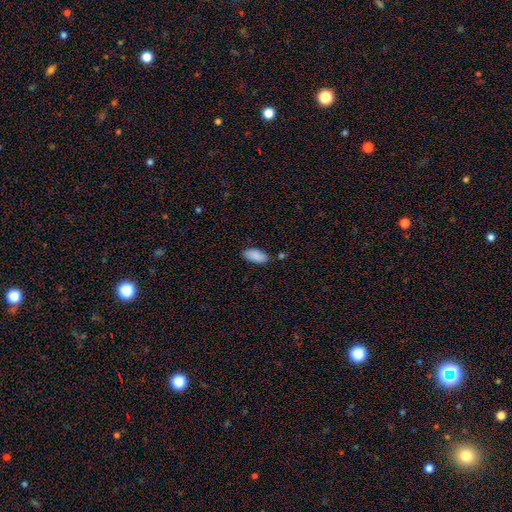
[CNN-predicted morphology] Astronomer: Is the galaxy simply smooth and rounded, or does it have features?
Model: smooth — 89%.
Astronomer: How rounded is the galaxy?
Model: in between — 91%.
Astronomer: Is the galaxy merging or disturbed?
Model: none — 79%.